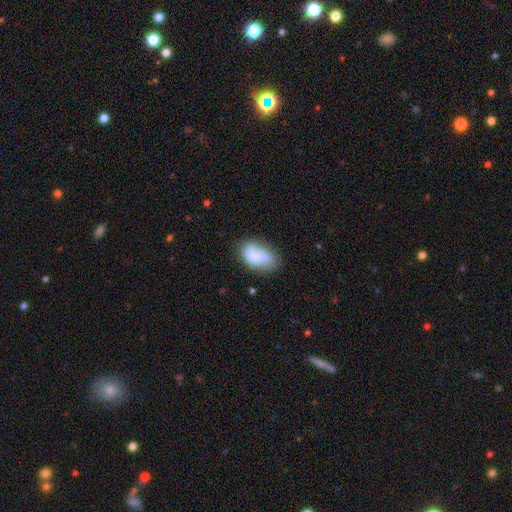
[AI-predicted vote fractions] A smooth galaxy with no disk features (73%) that is in between round and cigar-shaped (91%). Merging: none (49%).